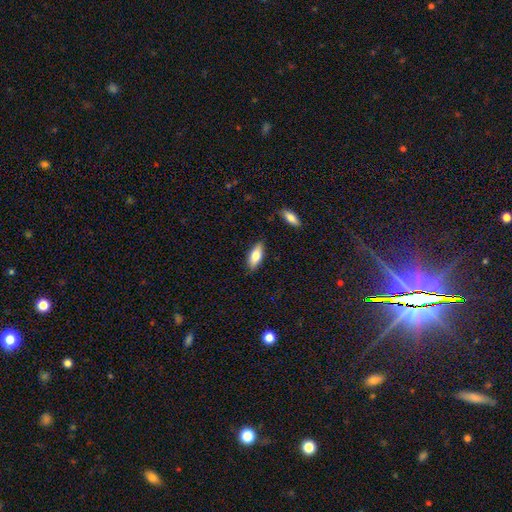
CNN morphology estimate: Smooth or featured? smooth (74%)
How rounded? in between (74%)
Merging? none (85%)